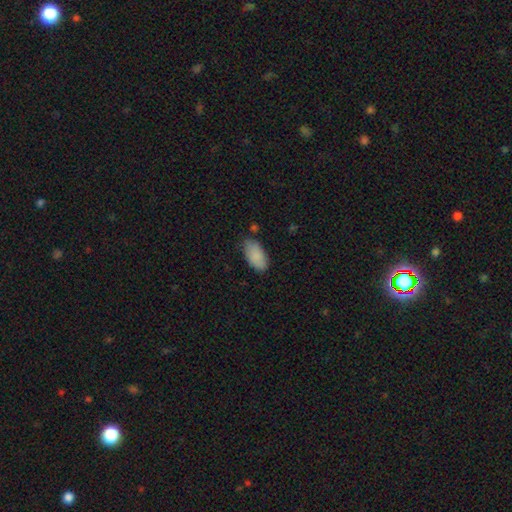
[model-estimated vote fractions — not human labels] smooth-or-featured: smooth: 88% | star or artifact: 6% | featured or disk: 6%
  how-rounded: in between: 94% | cigar-shaped: 3% | round: 2%
  merging: none: 74% | minor disturbance: 20% | major disturbance: 4% | merger: 3%